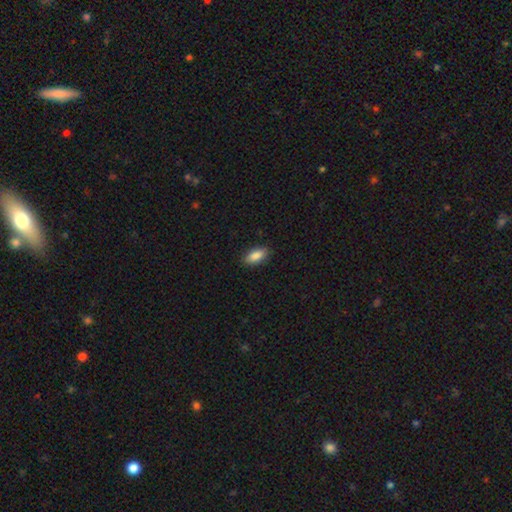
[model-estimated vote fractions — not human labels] smooth 88%, star or artifact 7%, featured or disk 5%. Down the decision tree: how rounded — in between (91%); merging — none (88%).